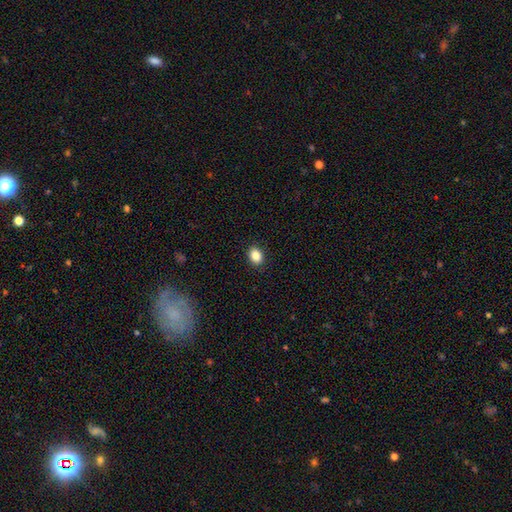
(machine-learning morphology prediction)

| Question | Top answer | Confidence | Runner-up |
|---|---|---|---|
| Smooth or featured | smooth | 87% | star or artifact (9%) |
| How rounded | in between | 65% | round (34%) |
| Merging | none | 90% | minor disturbance (7%) |